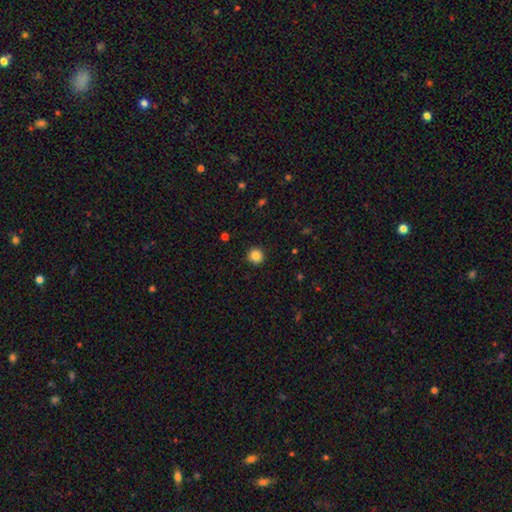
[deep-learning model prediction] Overall: smooth (85%). How rounded: round (94%). Merging: none (93%).